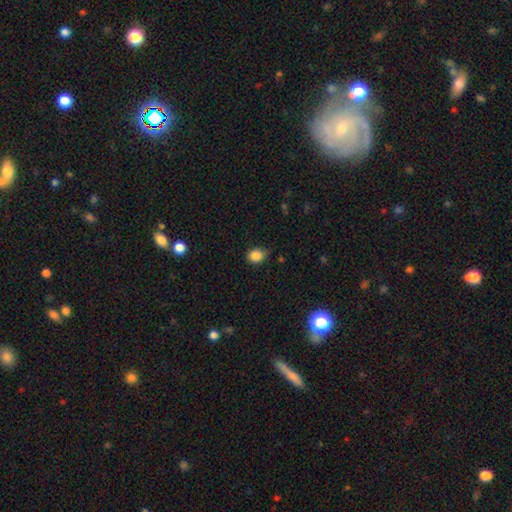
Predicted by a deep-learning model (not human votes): Smooth or featured?
  - smooth: 85% *
  - star or artifact: 10%
  - featured or disk: 4%
How rounded?
  - round: 71% *
  - in between: 28%
  - cigar-shaped: 1%
Merging?
  - none: 68% *
  - minor disturbance: 27%
  - major disturbance: 4%
  - merger: 2%